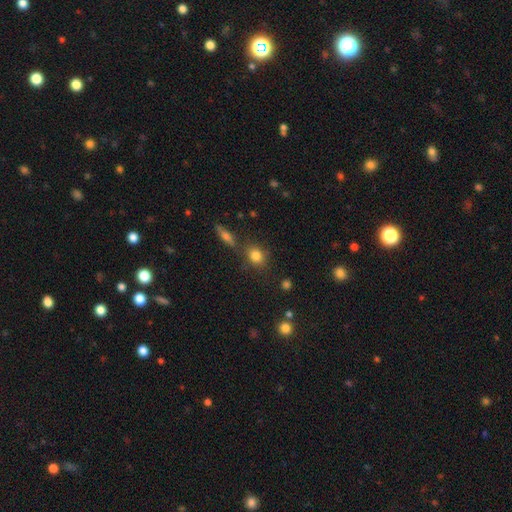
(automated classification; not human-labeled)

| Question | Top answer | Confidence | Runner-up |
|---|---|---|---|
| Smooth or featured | smooth | 82% | star or artifact (11%) |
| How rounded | round | 55% | in between (42%) |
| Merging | none | 73% | minor disturbance (13%) |